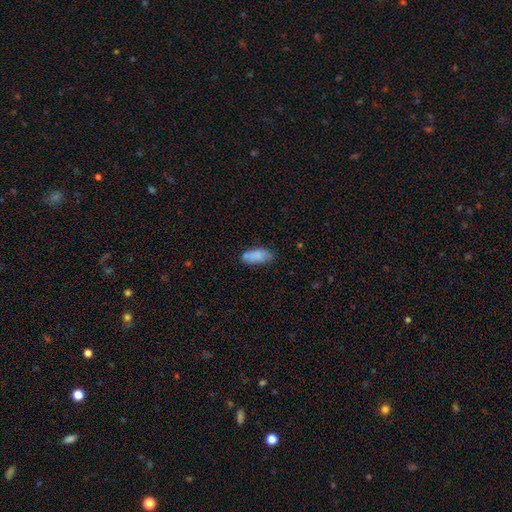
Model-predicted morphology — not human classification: Q: Smooth or featured?
A: smooth (81%); runner-up: featured or disk (11%)
Q: How rounded?
A: in between (87%); runner-up: cigar-shaped (11%)
Q: Merging?
A: none (69%); runner-up: minor disturbance (22%)